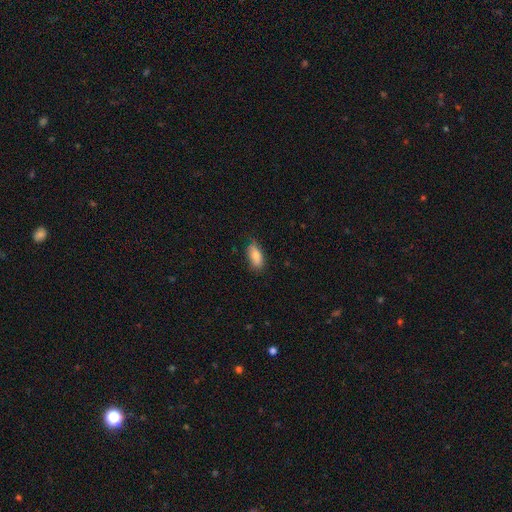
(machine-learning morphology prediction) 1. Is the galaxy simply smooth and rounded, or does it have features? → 83% smooth, 10% featured or disk, 7% star or artifact.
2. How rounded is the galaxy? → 86% in between, 11% cigar-shaped, 3% round.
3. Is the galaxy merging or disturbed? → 77% none, 19% minor disturbance, 3% major disturbance, 1% merger.